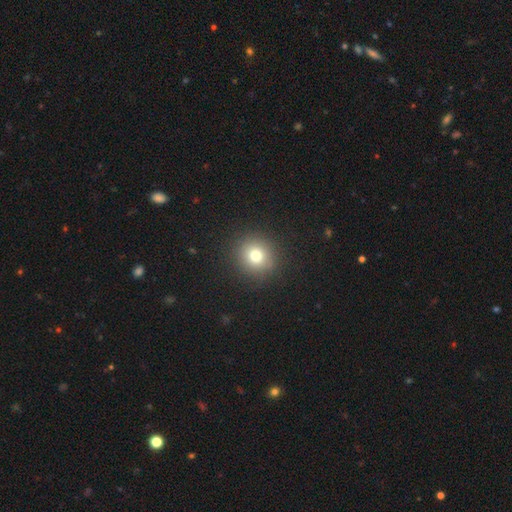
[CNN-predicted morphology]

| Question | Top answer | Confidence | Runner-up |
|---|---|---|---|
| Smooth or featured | smooth | 75% | star or artifact (15%) |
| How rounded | round | 92% | in between (7%) |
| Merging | none | 91% | minor disturbance (5%) |